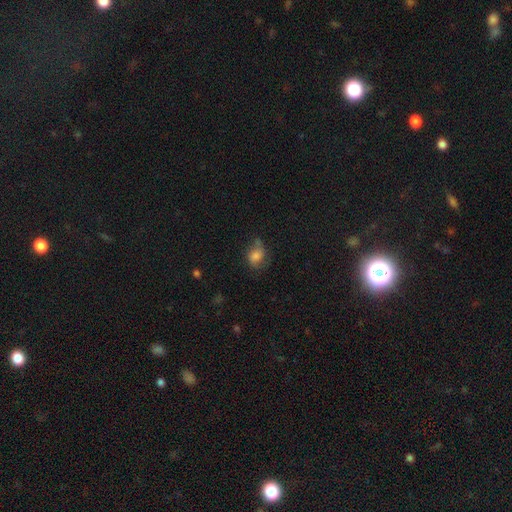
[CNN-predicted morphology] Overall: smooth (64%; featured or disk 26%). How rounded: in between (57%; round 42%). Merging: none (44%; minor disturbance 31%).